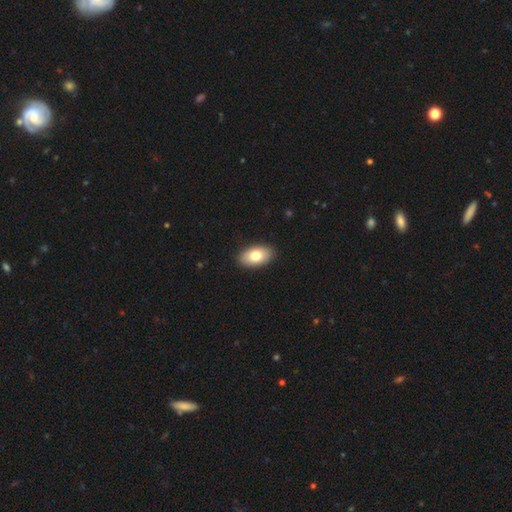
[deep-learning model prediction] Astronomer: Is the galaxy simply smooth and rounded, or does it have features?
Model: smooth — 81%.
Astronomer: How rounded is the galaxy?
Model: in between — 94%.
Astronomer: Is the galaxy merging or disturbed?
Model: none — 89%.